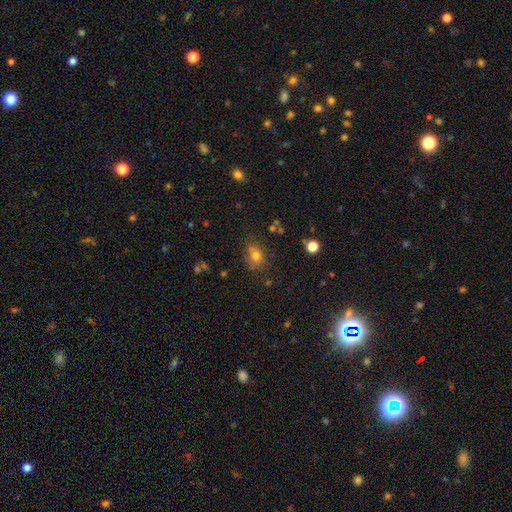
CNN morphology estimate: The model was most divided on "how rounded": in between: 54%, round: 44%, cigar-shaped: 2%. More confident: smooth or featured — smooth (72%); merging — none (60%).